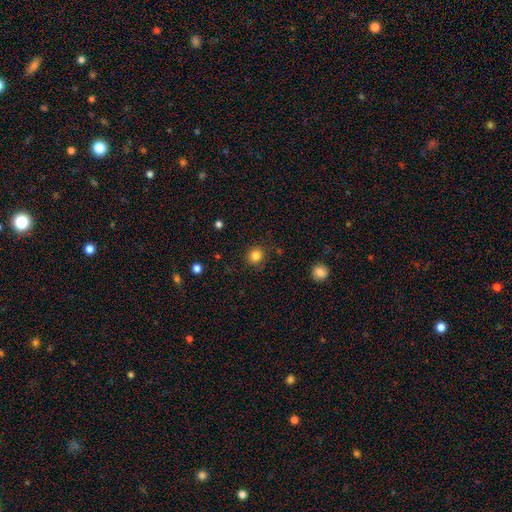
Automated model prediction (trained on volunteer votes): A smooth galaxy with no disk features (84%) that is round (90%).

Vote fractions:
- Smooth or featured? smooth: 84% / star or artifact: 12% / featured or disk: 5%
- How rounded? round: 90% / in between: 9% / cigar-shaped: 1%
- Merging? none: 88% / minor disturbance: 8% / major disturbance: 3% / merger: 1%